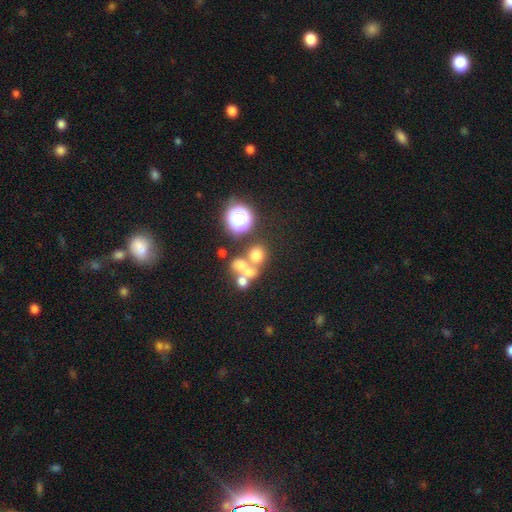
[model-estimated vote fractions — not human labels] smooth-or-featured: smooth: 58% | star or artifact: 24% | featured or disk: 18%
  how-rounded: round: 74% | in between: 25% | cigar-shaped: 2%
  merging: merger: 44% | none: 40% | minor disturbance: 8% | major disturbance: 8%